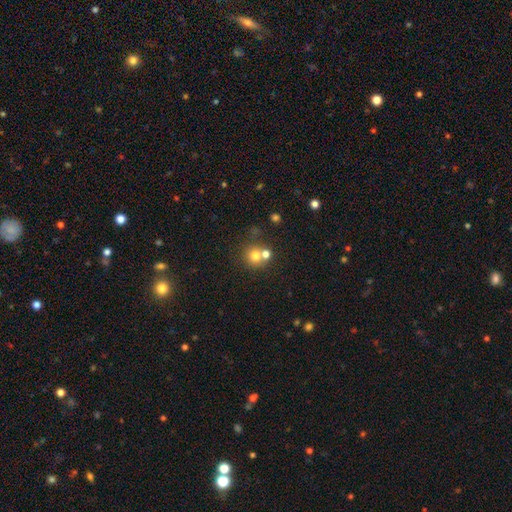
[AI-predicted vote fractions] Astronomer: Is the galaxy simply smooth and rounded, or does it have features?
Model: smooth — 73%.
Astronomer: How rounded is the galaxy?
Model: round — 88%.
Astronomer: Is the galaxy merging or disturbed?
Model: none — 53% (runner-up: merger, 36%).